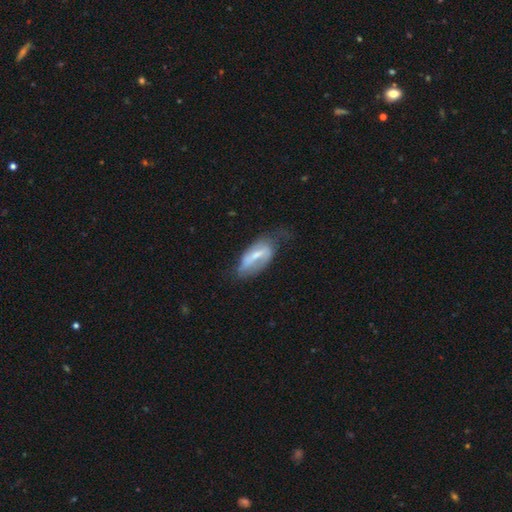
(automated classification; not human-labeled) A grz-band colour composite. It shows a featured or disk galaxy (56%). Merging: none (39%).